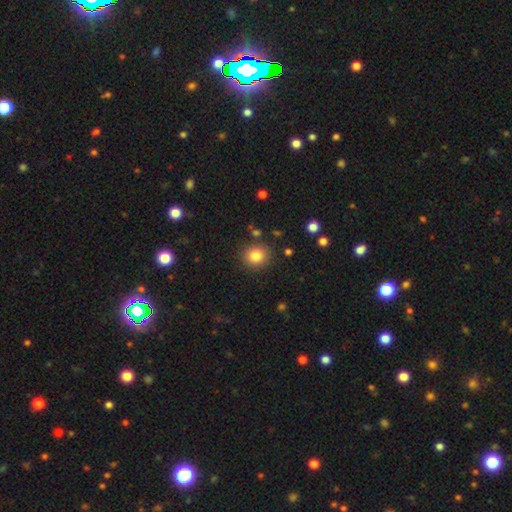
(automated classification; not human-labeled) Q: Smooth or featured?
A: smooth (83%); runner-up: star or artifact (11%)
Q: How rounded?
A: round (85%); runner-up: in between (14%)
Q: Merging?
A: none (87%); runner-up: minor disturbance (8%)